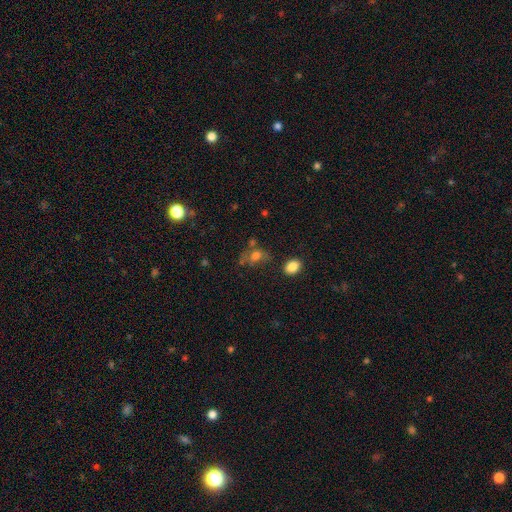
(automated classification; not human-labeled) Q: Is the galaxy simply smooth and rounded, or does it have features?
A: smooth — 66%.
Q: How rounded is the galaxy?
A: in between — 69%.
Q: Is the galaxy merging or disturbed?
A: none — 44%.